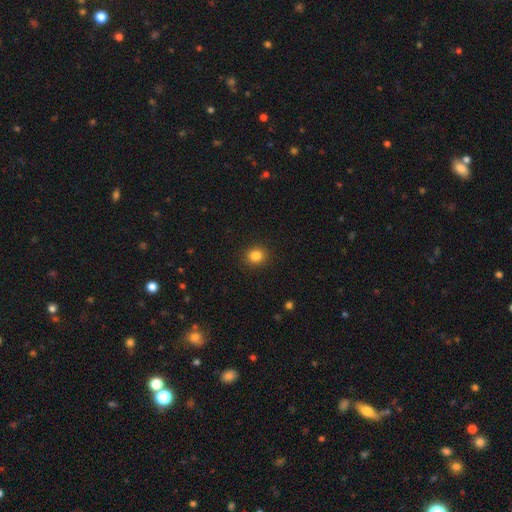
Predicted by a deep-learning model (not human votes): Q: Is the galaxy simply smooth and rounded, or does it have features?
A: smooth — 85%.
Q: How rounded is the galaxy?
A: round — 79%.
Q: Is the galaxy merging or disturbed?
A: none — 90%.